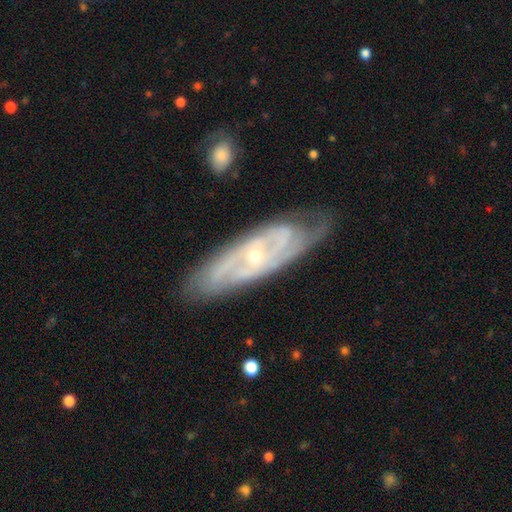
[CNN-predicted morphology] The model was most divided on "spiral arm count" (2-way tie): 2: 34%, can't tell: 34%, 3: 16%, 4: 7%, 1: 4%, more than 4: 4%. More confident: spiral arms — yes (93%); smooth or featured — featured or disk (86%); edge-on disk — no (85%); merging — none (75%); bulge size — small (73%); bar — no (61%); spiral winding — tight (58%).